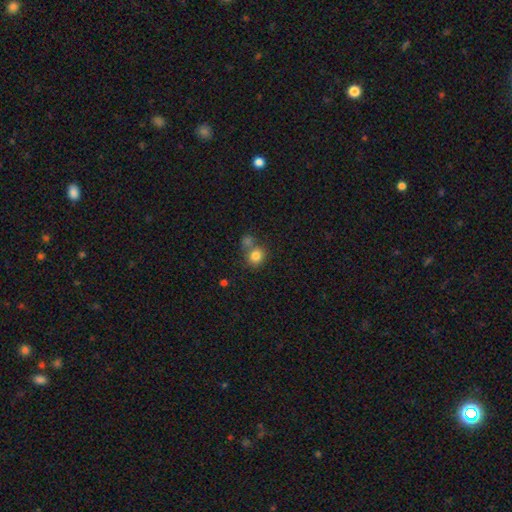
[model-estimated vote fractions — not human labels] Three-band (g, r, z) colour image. It shows a smooth galaxy with no disk features (80%) that is round (81%). Merging: none (53%).